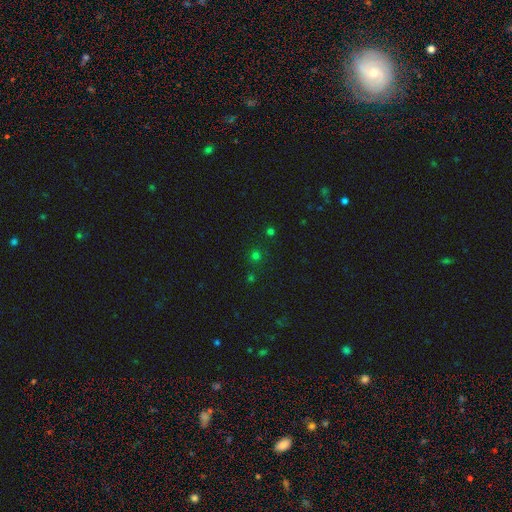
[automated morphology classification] type=smooth (64%); roundness=round (92%); merging=none (84%).